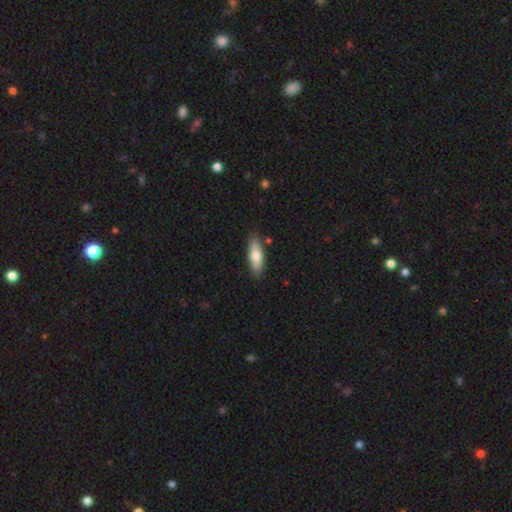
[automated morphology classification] smooth_or_featured: smooth (p=0.74) [alt: featured or disk p=0.21]
how_rounded: in between (p=0.50) [alt: cigar-shaped p=0.48]
merging: none (p=0.84) [alt: minor disturbance p=0.11]